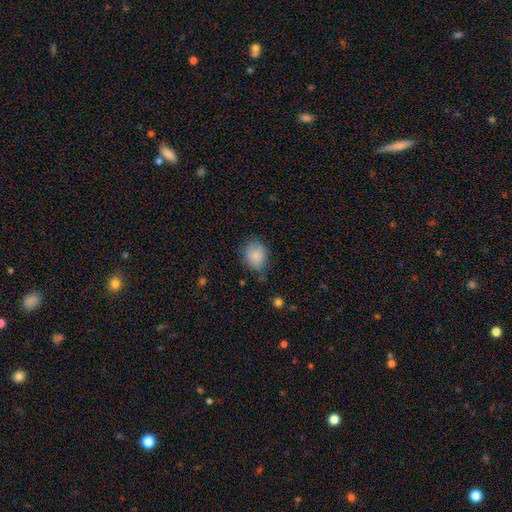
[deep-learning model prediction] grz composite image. It shows a smooth galaxy with no disk features (85%) that is round (56%). Merging: none (64%).